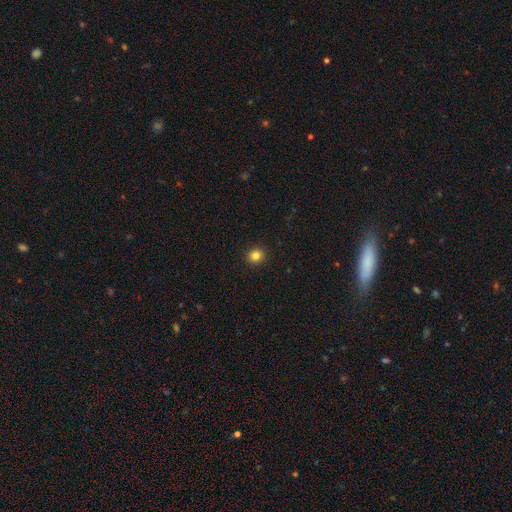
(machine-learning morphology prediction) Smooth or featured: smooth — 83% (star or artifact — 12%)
How rounded: round — 92% (in between — 7%)
Merging: none — 93% (minor disturbance — 4%)